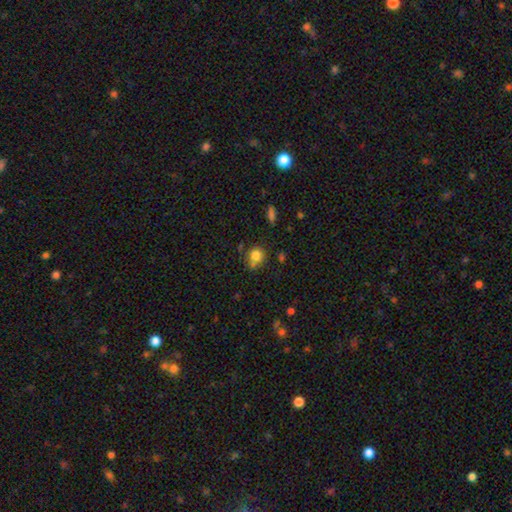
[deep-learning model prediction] Morphology: type=smooth (80%); roundness=round (82%); merging=none (60%).